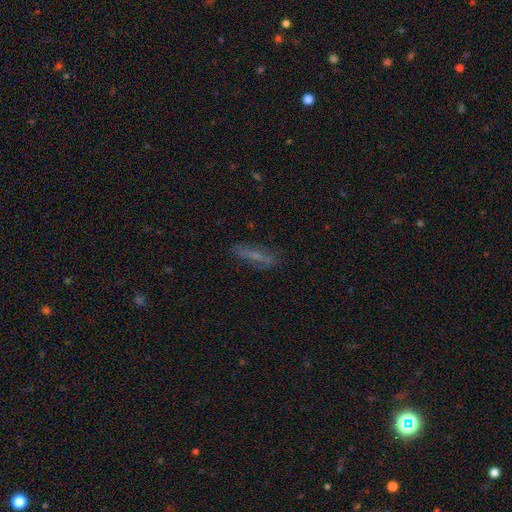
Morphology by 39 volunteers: smooth 51%, featured or disk 38%, star or artifact 10%. Down the decision tree: how rounded — cigar-shaped (75%); merging — none (74%).